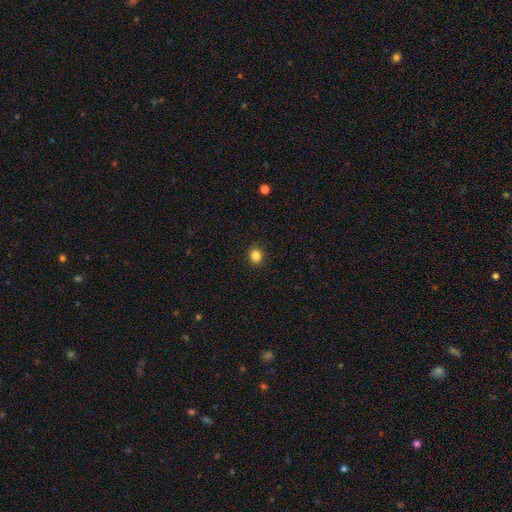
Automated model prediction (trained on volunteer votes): A smooth galaxy with no disk features (85%) that is round (79%).

Vote fractions:
- Smooth or featured? smooth: 85% / star or artifact: 11% / featured or disk: 4%
- How rounded? round: 79% / in between: 20% / cigar-shaped: 1%
- Merging? none: 91% / minor disturbance: 6% / major disturbance: 2% / merger: 1%